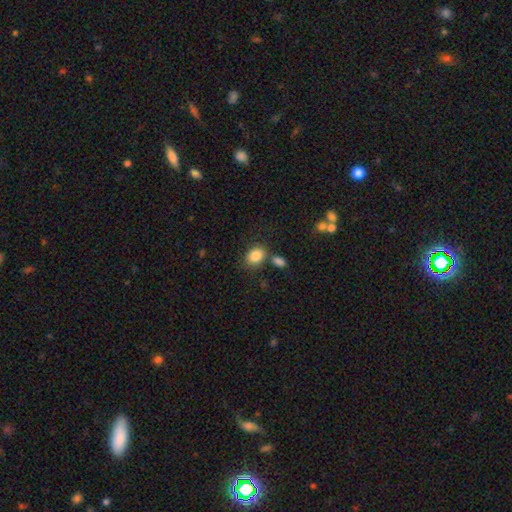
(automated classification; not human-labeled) Q: Smooth or featured?
A: smooth (86%); runner-up: star or artifact (9%)
Q: How rounded?
A: in between (70%); runner-up: round (29%)
Q: Merging?
A: none (66%); runner-up: merger (16%)